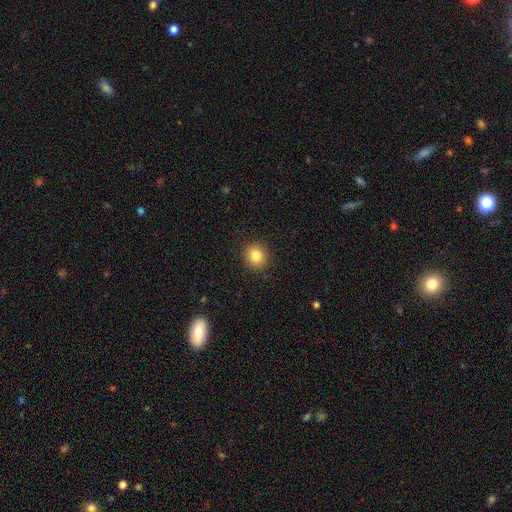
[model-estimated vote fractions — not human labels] smooth_or_featured: smooth (p=0.83) [alt: star or artifact p=0.11]
how_rounded: round (p=0.83) [alt: in between p=0.17]
merging: none (p=0.91) [alt: minor disturbance p=0.06]